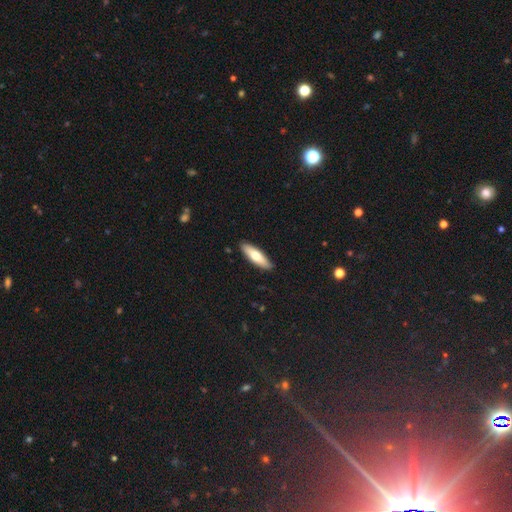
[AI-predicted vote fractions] Smooth or featured?
  - smooth: 68% *
  - featured or disk: 27%
  - star or artifact: 5%
How rounded?
  - cigar-shaped: 57% *
  - in between: 41%
  - round: 2%
Merging?
  - none: 90% *
  - minor disturbance: 8%
  - major disturbance: 1%
  - merger: 1%